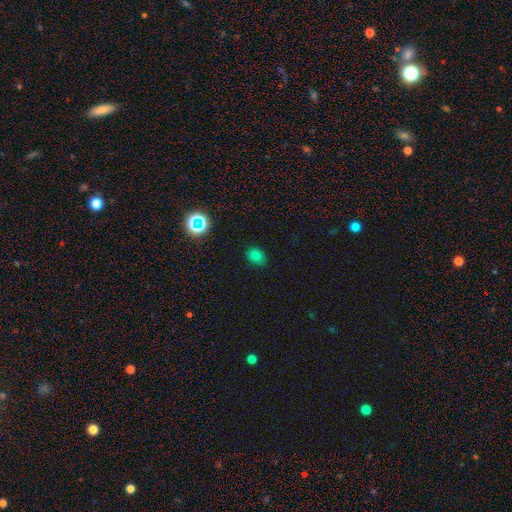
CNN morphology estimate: This is likely a smooth galaxy (76%). How rounded: likely in between (67%). Merging: clearly none (82%).